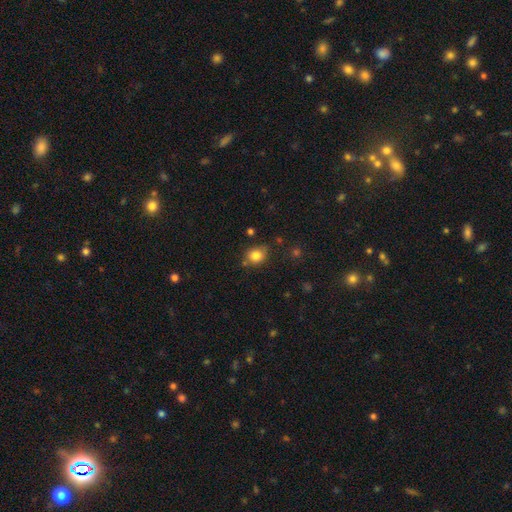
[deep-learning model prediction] smooth 82%, star or artifact 11%, featured or disk 7%. Down the decision tree: how rounded — round (67%); merging — none (69%).